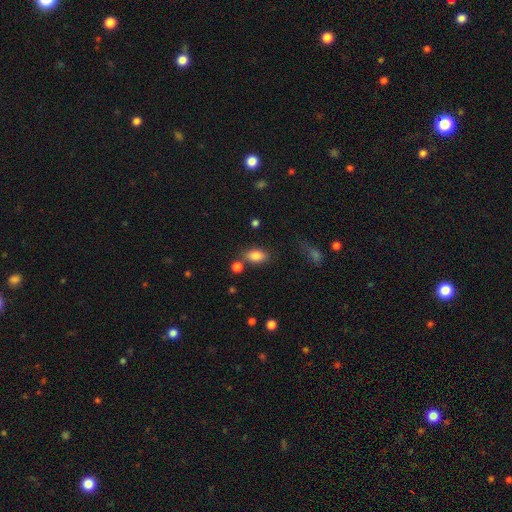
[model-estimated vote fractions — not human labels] Smooth or featured? Predicted: smooth (p=0.83). How rounded? Predicted: in between (p=0.87). Merging? Predicted: none (p=0.73).